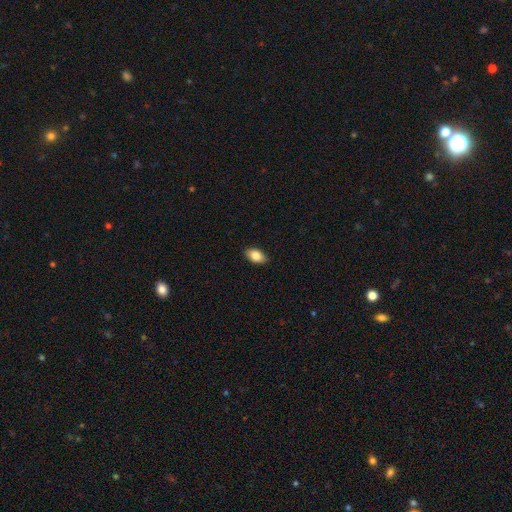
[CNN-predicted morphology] A smooth galaxy with no disk features (83%) that is in between round and cigar-shaped (91%). Merging: none (88%).